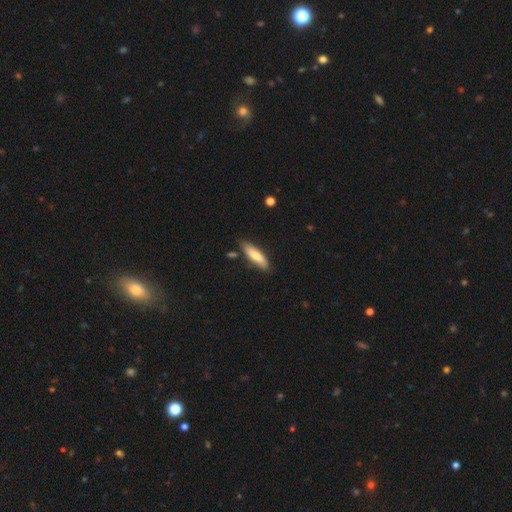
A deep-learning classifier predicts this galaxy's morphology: Smooth or featured?
  - smooth: 75% *
  - featured or disk: 19%
  - star or artifact: 6%
How rounded?
  - cigar-shaped: 59% *
  - in between: 40%
  - round: 2%
Merging?
  - none: 77% *
  - minor disturbance: 17%
  - merger: 3%
  - major disturbance: 3%